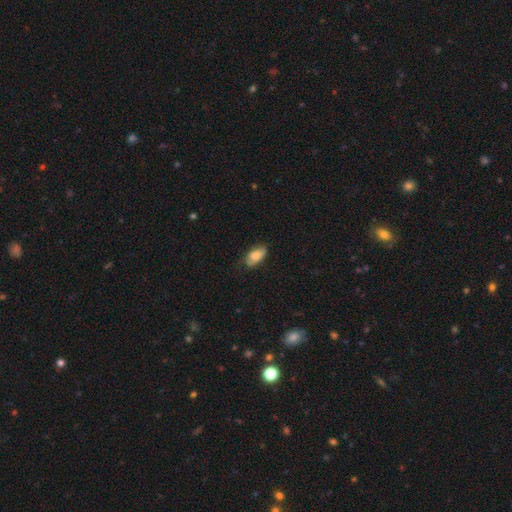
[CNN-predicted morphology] Q: Smooth or featured?
A: smooth (77%); runner-up: featured or disk (16%)
Q: How rounded?
A: in between (91%); runner-up: cigar-shaped (5%)
Q: Merging?
A: none (68%); runner-up: minor disturbance (25%)